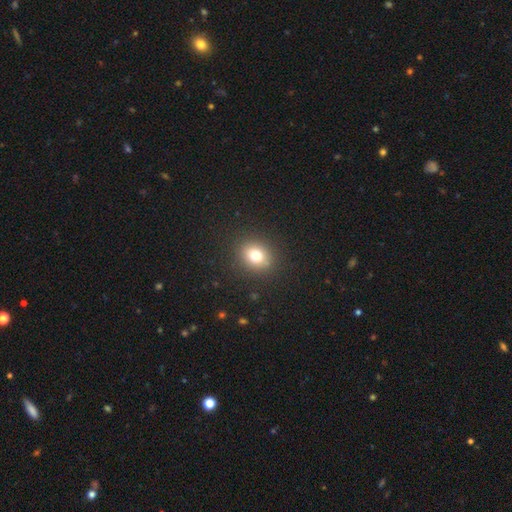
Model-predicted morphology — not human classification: Smooth or featured? smooth (77%)
How rounded? round (66%)
Merging? none (89%)